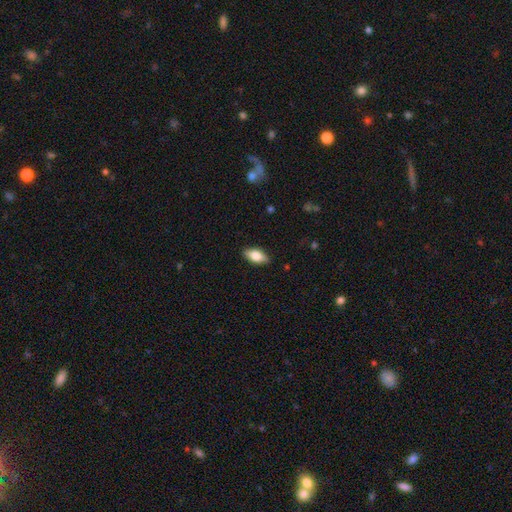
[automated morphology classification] Smooth or featured? smooth (76%)
How rounded? in between (88%)
Merging? none (86%)